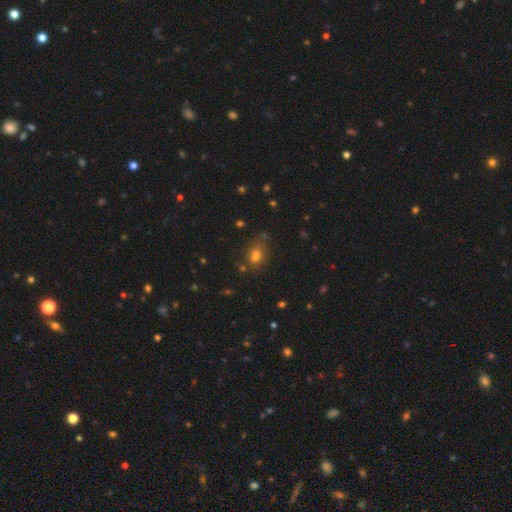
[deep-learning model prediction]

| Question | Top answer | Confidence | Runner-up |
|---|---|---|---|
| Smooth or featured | smooth | 73% | star or artifact (17%) |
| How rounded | in between | 63% | round (35%) |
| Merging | none | 68% | minor disturbance (17%) |